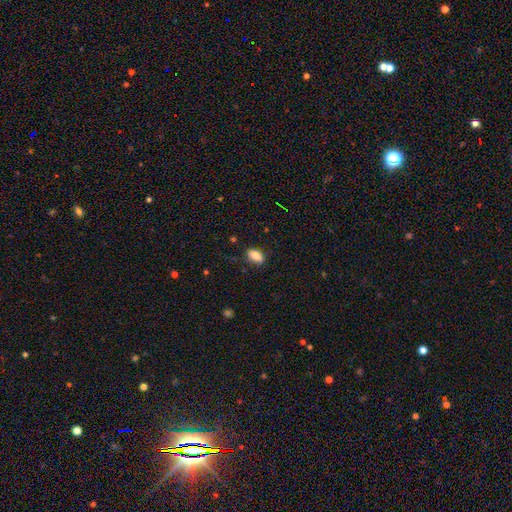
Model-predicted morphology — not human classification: Smooth or featured? smooth (84%)
How rounded? in between (88%)
Merging? none (79%)